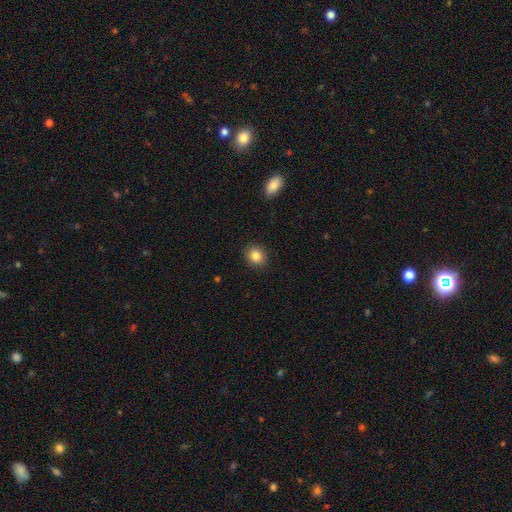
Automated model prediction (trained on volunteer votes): smooth-or-featured: smooth: 85% | star or artifact: 9% | featured or disk: 6%
  how-rounded: round: 72% | in between: 27% | cigar-shaped: 1%
  merging: none: 90% | minor disturbance: 7% | major disturbance: 2% | merger: 1%